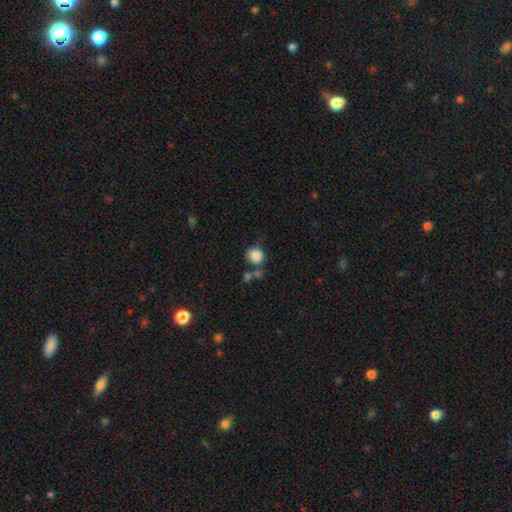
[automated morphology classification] Q: Smooth or featured?
A: smooth (85%); runner-up: star or artifact (10%)
Q: How rounded?
A: round (85%); runner-up: in between (14%)
Q: Merging?
A: none (65%); runner-up: merger (15%)